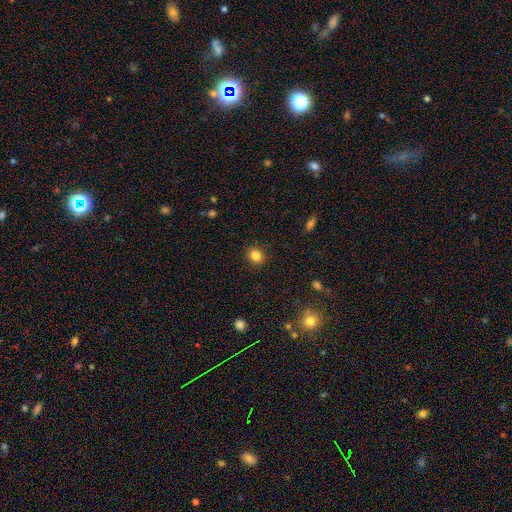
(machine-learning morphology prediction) Overall: smooth (84%). How rounded: round (71%). Merging: none (90%).